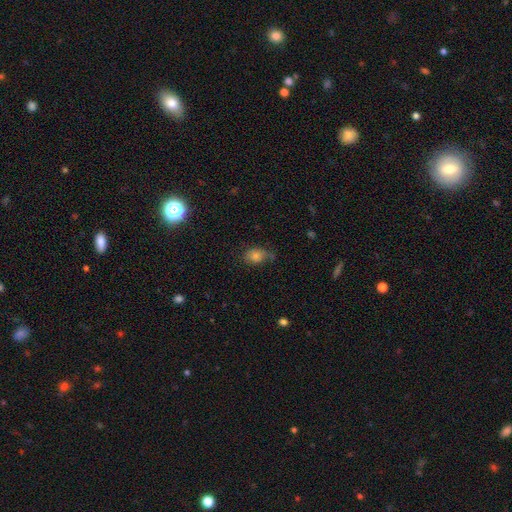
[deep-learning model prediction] The model was most divided on "how rounded": in between: 63%, round: 35%, cigar-shaped: 2%. More confident: smooth or featured — smooth (72%); merging — none (62%).